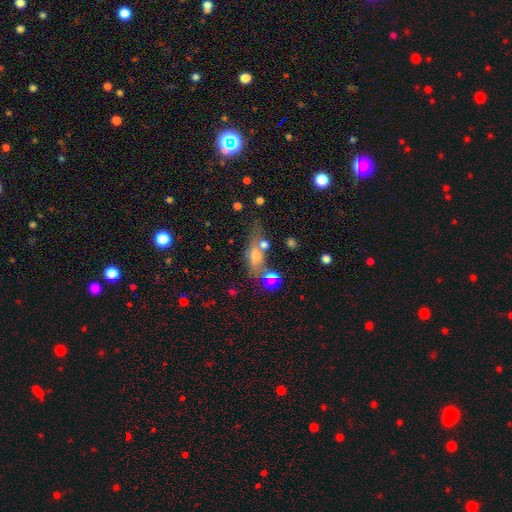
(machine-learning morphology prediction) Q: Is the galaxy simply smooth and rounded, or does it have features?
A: smooth — 53%.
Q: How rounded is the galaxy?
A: in between — 61%.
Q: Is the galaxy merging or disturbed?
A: none — 48%.